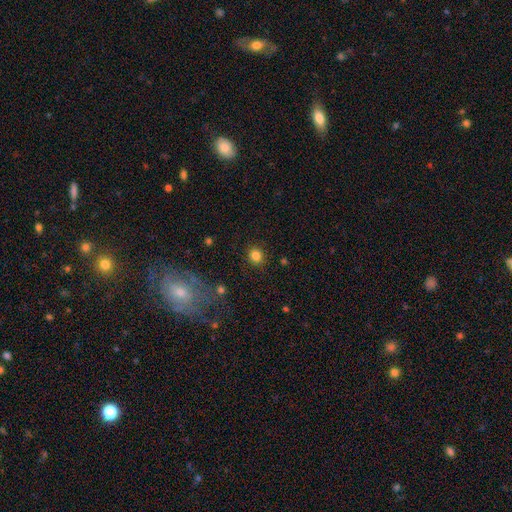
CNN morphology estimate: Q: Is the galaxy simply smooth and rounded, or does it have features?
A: smooth — 83%.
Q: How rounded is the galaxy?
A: round — 85%.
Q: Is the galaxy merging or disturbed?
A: none — 88%.